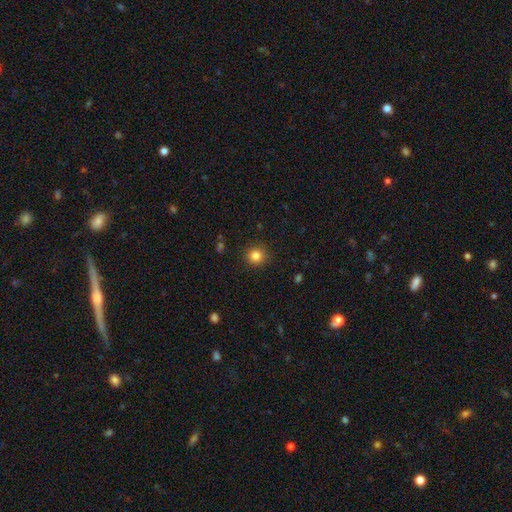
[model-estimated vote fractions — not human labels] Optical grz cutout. It shows a smooth galaxy with no disk features (83%) that is round (91%). Merging: none (90%).